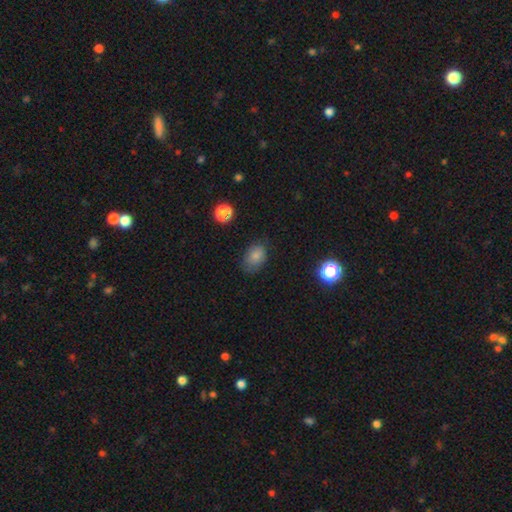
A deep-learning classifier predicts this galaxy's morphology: A smooth galaxy with no disk features (79%) that is in between round and cigar-shaped (75%).

Vote fractions:
- Smooth or featured? smooth: 79% / star or artifact: 12% / featured or disk: 10%
- How rounded? in between: 75% / round: 24% / cigar-shaped: 1%
- Merging? none: 69% / minor disturbance: 23% / major disturbance: 6% / merger: 2%